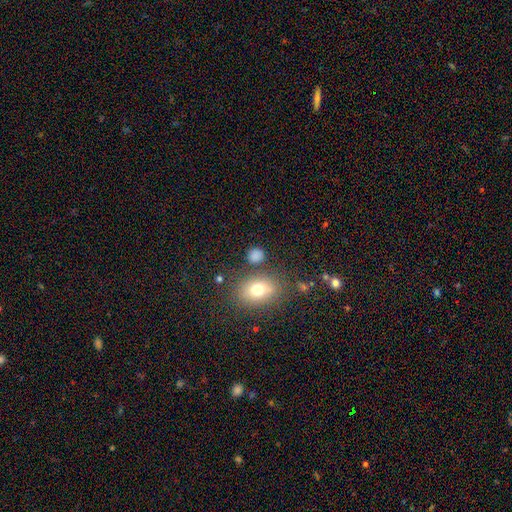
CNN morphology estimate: Smooth or featured? smooth (78%)
How rounded? round (69%)
Merging? none (78%)